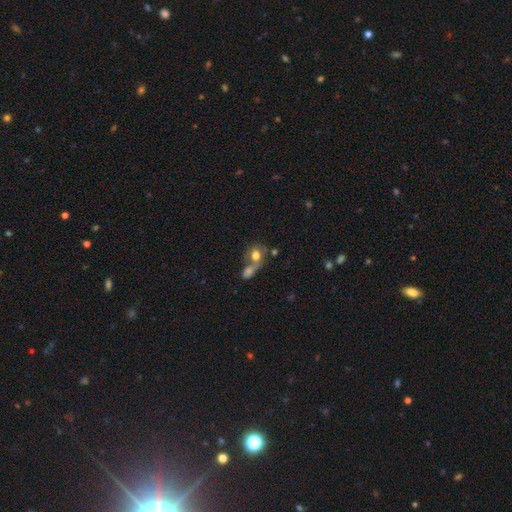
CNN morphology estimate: Overall: smooth (73%). How rounded: round (60%; in between 38%). Merging: merger (55%; none 28%).